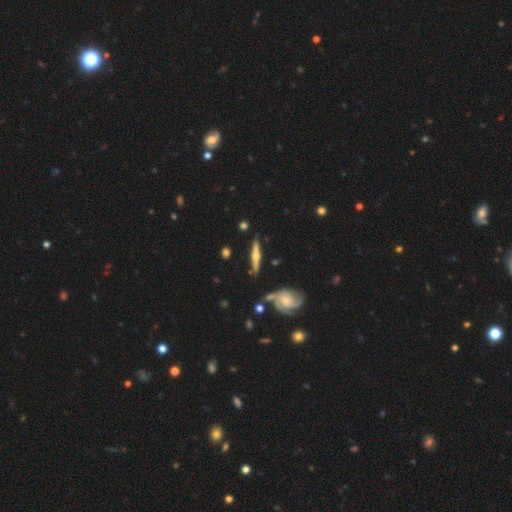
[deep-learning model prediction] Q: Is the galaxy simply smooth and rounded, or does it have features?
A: featured or disk — 72%.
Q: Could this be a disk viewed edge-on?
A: yes — 93%.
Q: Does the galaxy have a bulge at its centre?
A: rounded — 88%.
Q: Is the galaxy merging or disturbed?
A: none — 82%.